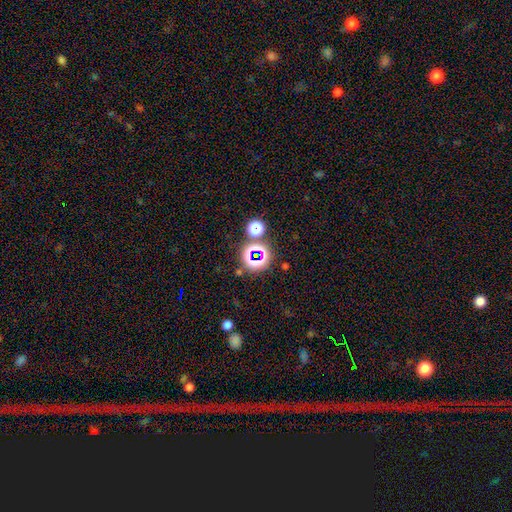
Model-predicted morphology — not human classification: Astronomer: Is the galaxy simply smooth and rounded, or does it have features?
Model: star or artifact — 62%.